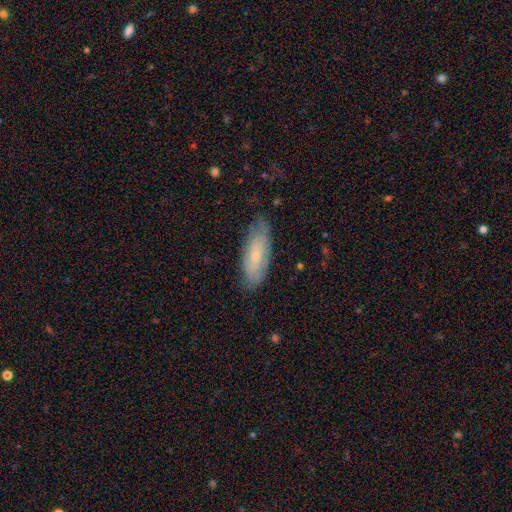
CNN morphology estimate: A smooth galaxy with no disk features (52%) that is in between round and cigar-shaped (72%).

Vote fractions:
- Smooth or featured? smooth: 52% / featured or disk: 41% / star or artifact: 7%
- How rounded? in between: 72% / cigar-shaped: 26% / round: 2%
- Merging? none: 68% / minor disturbance: 26% / major disturbance: 6% / merger: 1%